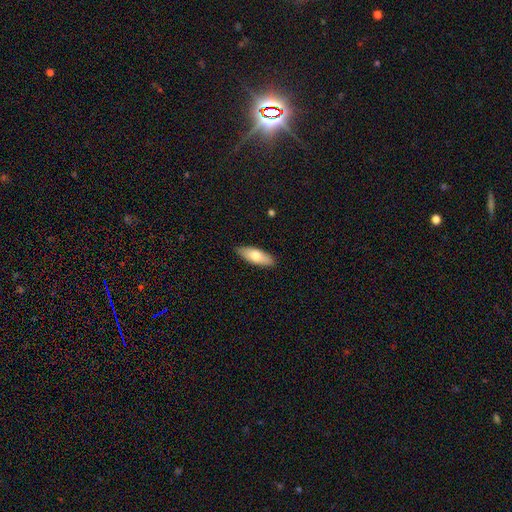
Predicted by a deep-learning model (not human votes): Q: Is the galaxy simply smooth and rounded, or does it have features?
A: smooth — 76%.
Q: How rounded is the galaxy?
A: in between — 69%.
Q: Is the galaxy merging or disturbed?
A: none — 88%.